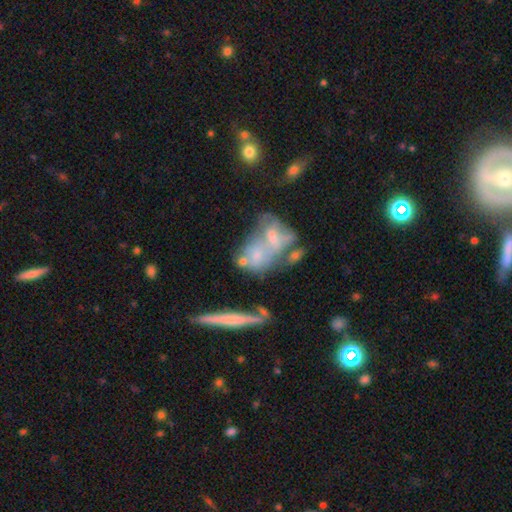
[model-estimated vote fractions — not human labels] Smooth or featured?
  - smooth: 45% *
  - featured or disk: 43%
  - star or artifact: 12%
Merging?
  - merger: 56% *
  - none: 19%
  - major disturbance: 14%
  - minor disturbance: 11%